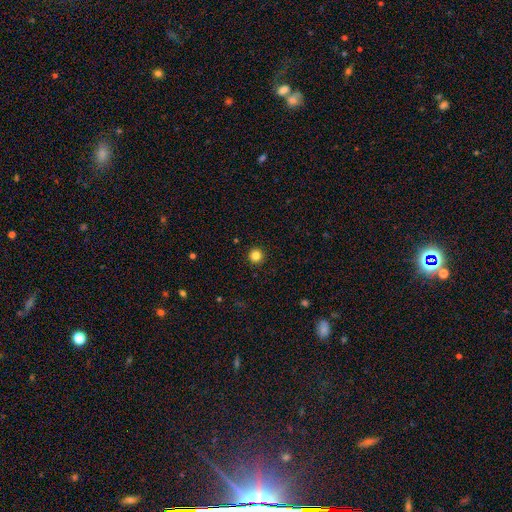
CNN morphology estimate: Overall: smooth (84%). How rounded: round (96%). Merging: none (93%).